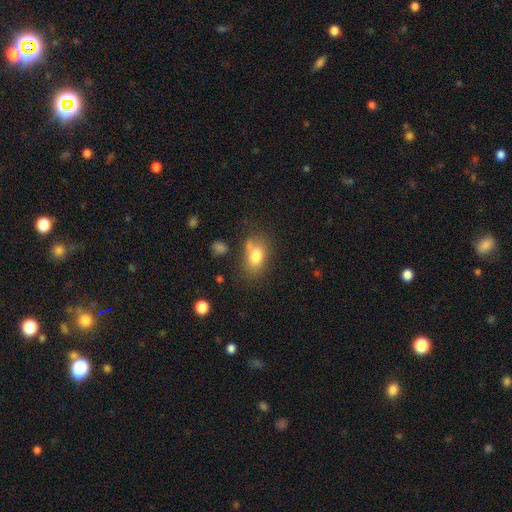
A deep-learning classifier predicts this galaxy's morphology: Smooth or featured?
  - smooth: 78% *
  - featured or disk: 13%
  - star or artifact: 9%
How rounded?
  - in between: 82% *
  - round: 16%
  - cigar-shaped: 2%
Merging?
  - none: 61% *
  - minor disturbance: 22%
  - merger: 9%
  - major disturbance: 8%